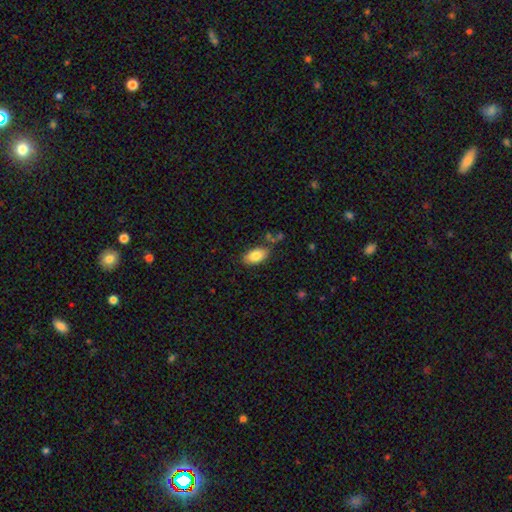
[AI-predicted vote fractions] smooth 83%, featured or disk 10%, star or artifact 7%. Down the decision tree: how rounded — in between (93%); merging — none (80%).